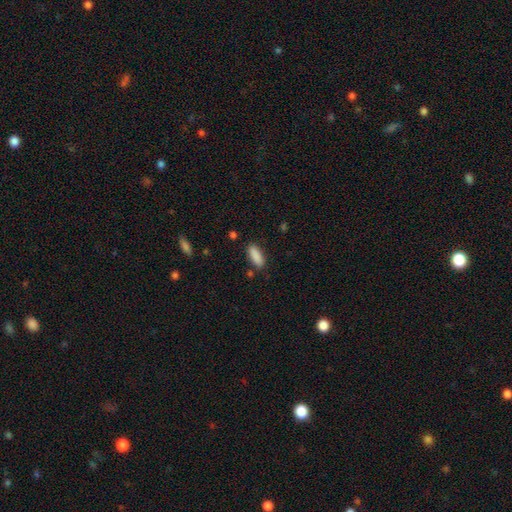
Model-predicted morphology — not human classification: Smooth or featured: smooth — 89% (star or artifact — 7%)
How rounded: in between — 72% (cigar-shaped — 27%)
Merging: none — 85% (minor disturbance — 10%)